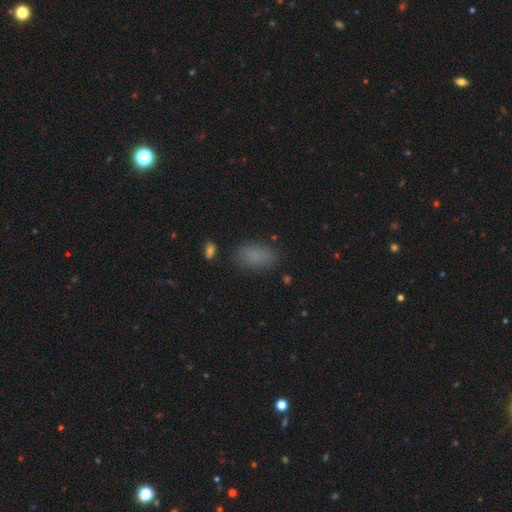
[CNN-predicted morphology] A smooth galaxy with no disk features (82%) that is in between round and cigar-shaped (91%).

Vote fractions:
- Smooth or featured? smooth: 82% / star or artifact: 12% / featured or disk: 6%
- How rounded? in between: 91% / round: 6% / cigar-shaped: 3%
- Merging? none: 81% / minor disturbance: 13% / major disturbance: 4% / merger: 2%